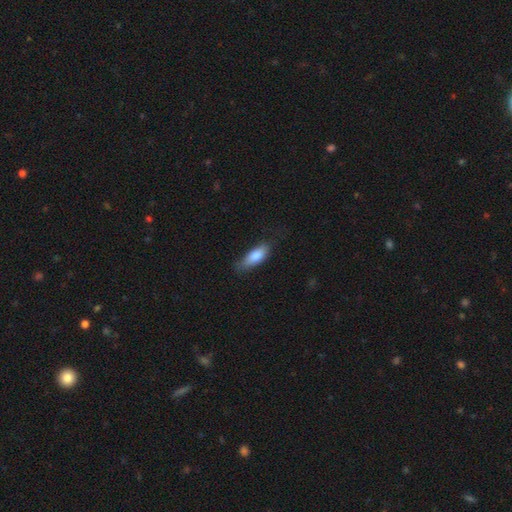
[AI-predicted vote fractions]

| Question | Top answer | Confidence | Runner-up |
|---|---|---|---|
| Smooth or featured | smooth | 83% | featured or disk (11%) |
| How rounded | in between | 71% | cigar-shaped (27%) |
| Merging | none | 68% | minor disturbance (24%) |